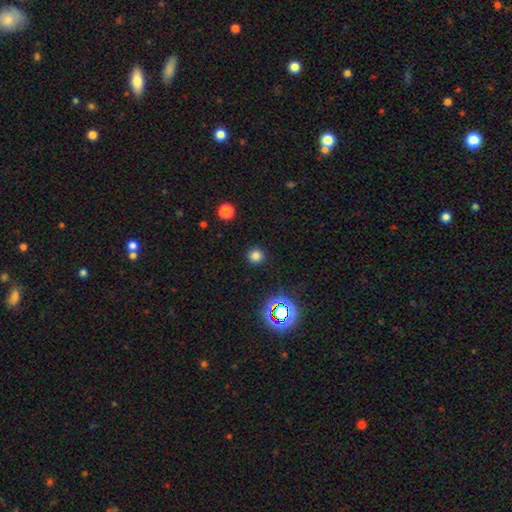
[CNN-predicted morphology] Q: Smooth or featured?
A: smooth (77%); runner-up: star or artifact (18%)
Q: How rounded?
A: round (95%); runner-up: in between (4%)
Q: Merging?
A: none (91%); runner-up: minor disturbance (5%)